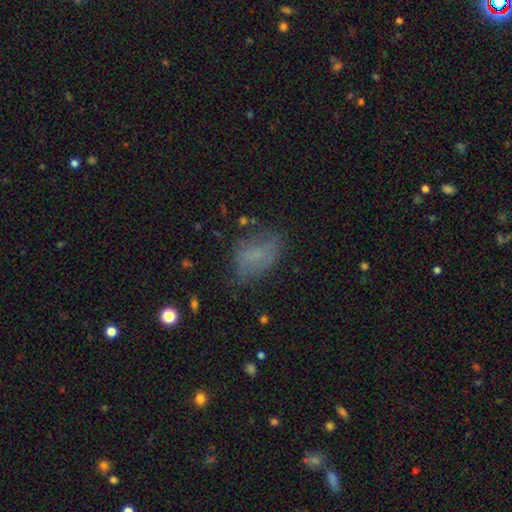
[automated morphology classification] Smooth or featured? Predicted: smooth (p=0.63). How rounded? Predicted: in between (p=0.85). Merging? Predicted: none (p=0.53).